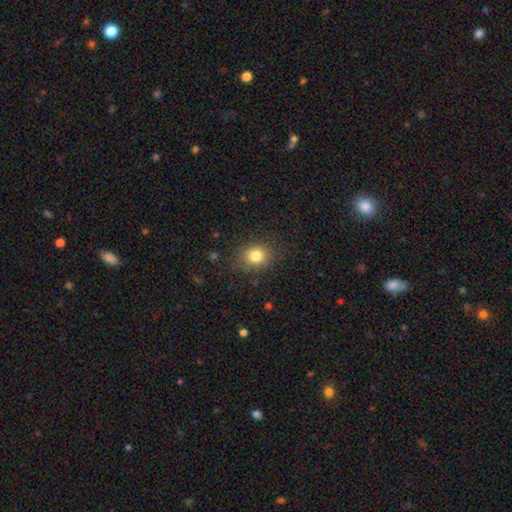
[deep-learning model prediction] Overall: smooth (81%). How rounded: round (63%; in between 36%). Merging: none (81%).